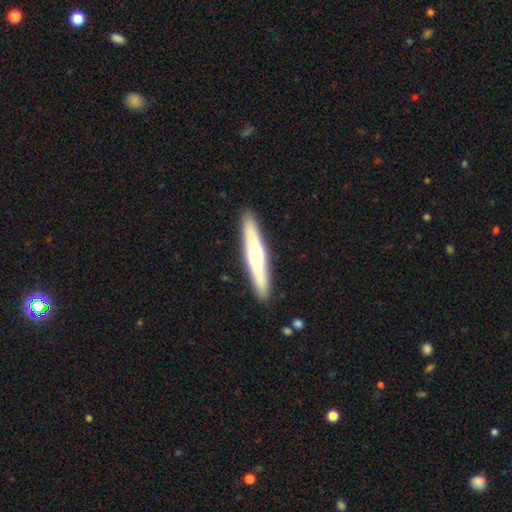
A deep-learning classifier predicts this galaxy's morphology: This is possibly a smooth galaxy (49%). Merging: clearly none (90%).